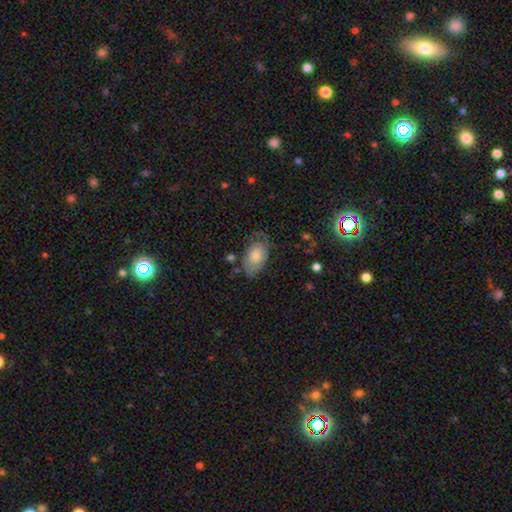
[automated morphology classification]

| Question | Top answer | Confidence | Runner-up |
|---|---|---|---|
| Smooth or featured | smooth | 48% | featured or disk (40%) |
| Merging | none | 63% | minor disturbance (25%) |